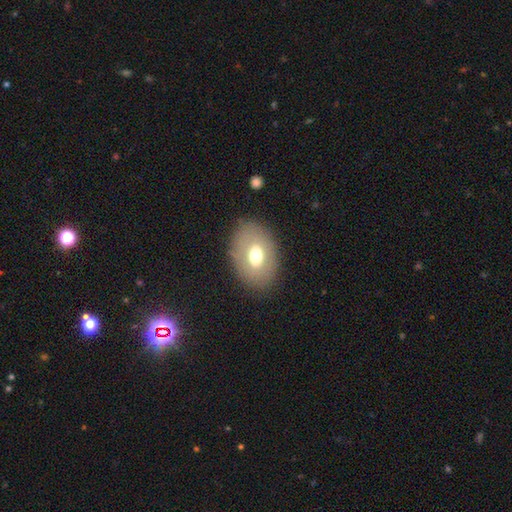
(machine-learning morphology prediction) Q: Smooth or featured?
A: smooth (61%); runner-up: featured or disk (31%)
Q: How rounded?
A: in between (79%); runner-up: round (20%)
Q: Merging?
A: none (82%); runner-up: minor disturbance (12%)